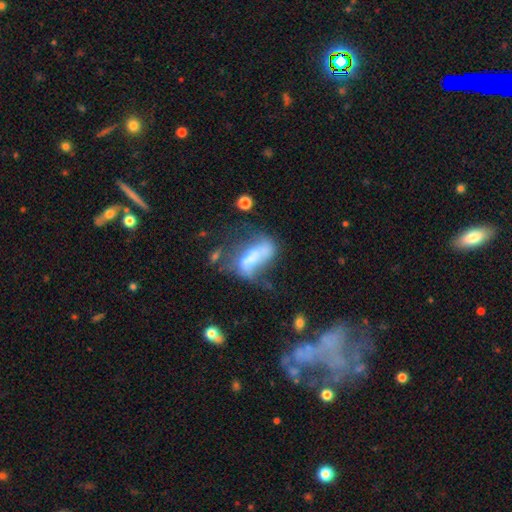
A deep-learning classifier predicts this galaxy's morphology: Q: Smooth or featured?
A: smooth (45%); runner-up: featured or disk (43%)
Q: Merging?
A: major disturbance (40%); runner-up: none (20%)